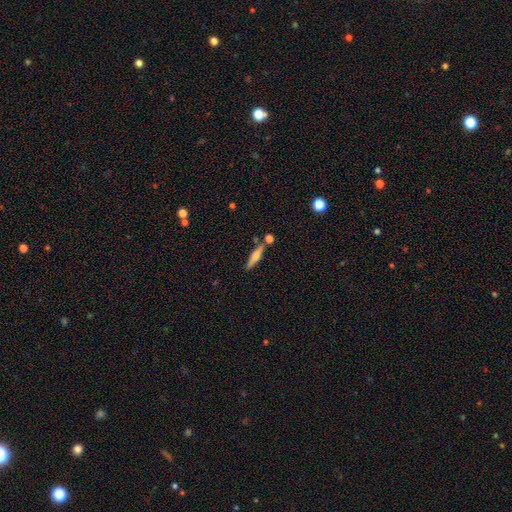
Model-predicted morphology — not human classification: smooth_or_featured: featured or disk (p=0.55) [alt: smooth p=0.39]
disk_edge_on: yes (p=0.96) [alt: no p=0.04]
edge_on_bulge: rounded (p=0.86) [alt: boxy p=0.08]
merging: none (p=0.77) [alt: minor disturbance p=0.10]